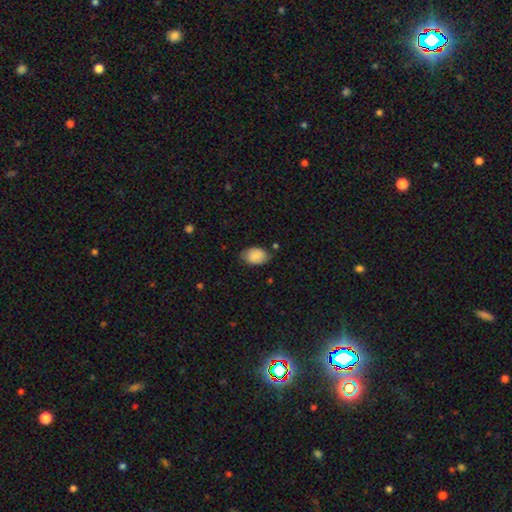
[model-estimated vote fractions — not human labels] A smooth galaxy with no disk features (86%) that is in between round and cigar-shaped (86%). Merging: none (73%).